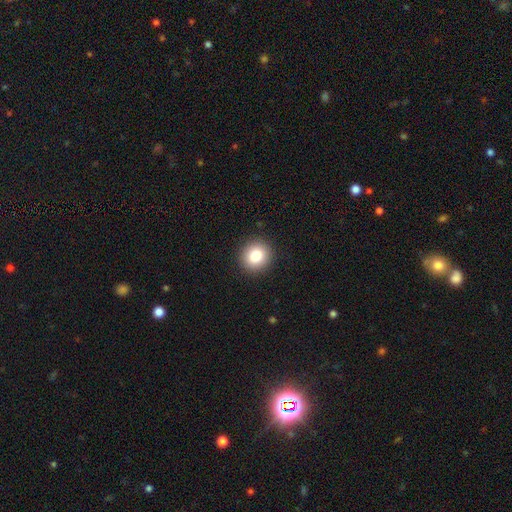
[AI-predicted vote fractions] A smooth galaxy with no disk features (83%) that is round (86%). Merging: none (91%).